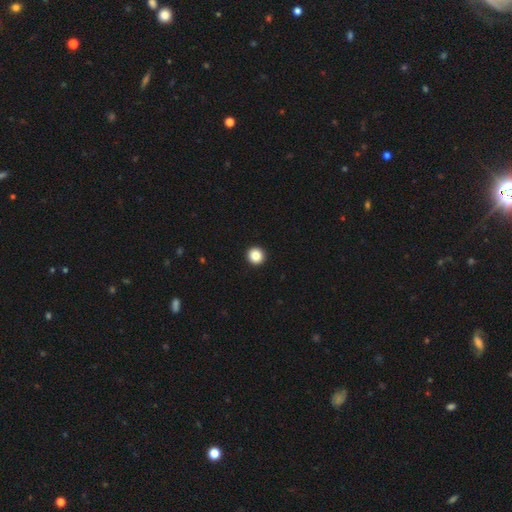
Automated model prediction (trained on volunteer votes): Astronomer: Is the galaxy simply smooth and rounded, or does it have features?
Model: smooth — 86%.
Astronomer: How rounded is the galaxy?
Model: round — 96%.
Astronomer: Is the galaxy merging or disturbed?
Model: none — 95%.